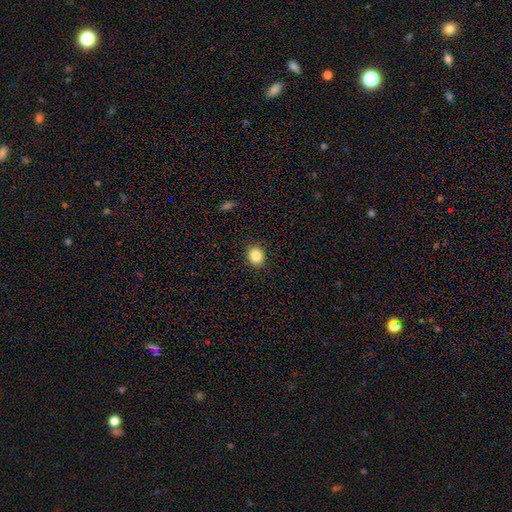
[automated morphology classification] Smooth or featured?
  - smooth: 86% *
  - star or artifact: 10%
  - featured or disk: 4%
How rounded?
  - round: 72% *
  - in between: 27%
  - cigar-shaped: 1%
Merging?
  - none: 90% *
  - minor disturbance: 7%
  - major disturbance: 2%
  - merger: 1%